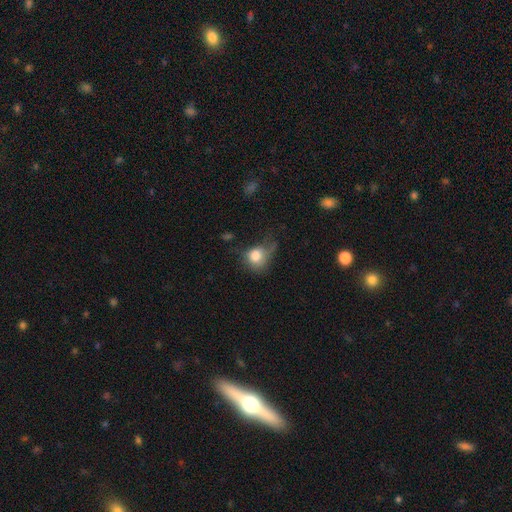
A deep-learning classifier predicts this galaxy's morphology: smooth_or_featured: smooth (p=0.78) [alt: featured or disk p=0.12]
how_rounded: round (p=0.65) [alt: in between p=0.33]
merging: minor disturbance (p=0.33) [alt: major disturbance p=0.32]